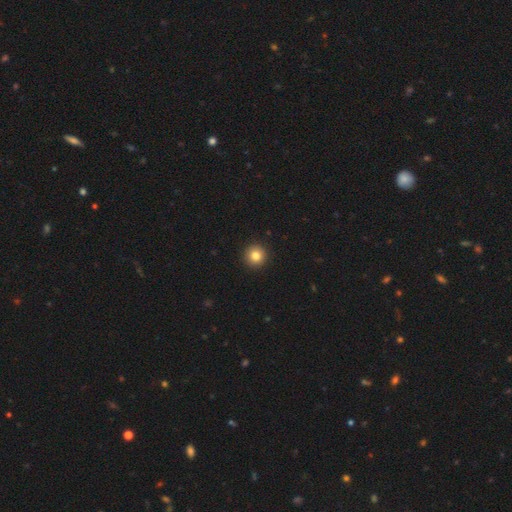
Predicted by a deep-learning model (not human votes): smooth-or-featured: smooth: 83% | star or artifact: 11% | featured or disk: 6%
  how-rounded: round: 96% | in between: 4% | cigar-shaped: 1%
  merging: none: 93% | minor disturbance: 4% | major disturbance: 1% | merger: 1%